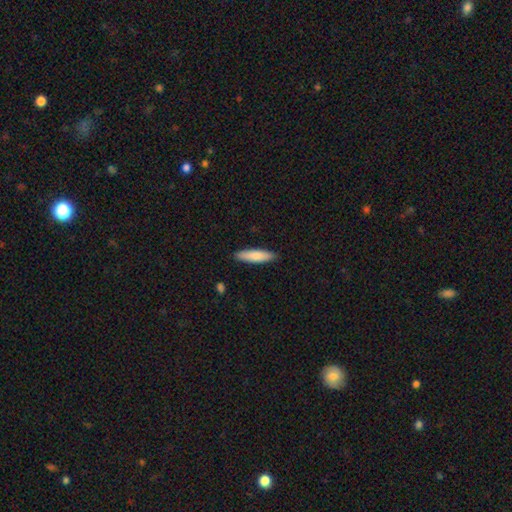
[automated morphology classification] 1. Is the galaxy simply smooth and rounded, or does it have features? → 81% smooth, 13% featured or disk, 5% star or artifact.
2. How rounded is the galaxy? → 73% cigar-shaped, 25% in between, 1% round.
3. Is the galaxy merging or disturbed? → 89% none, 8% minor disturbance, 2% major disturbance, 1% merger.